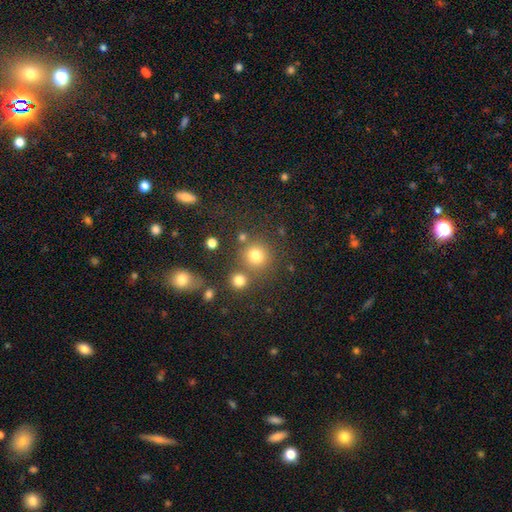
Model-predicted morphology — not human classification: This is likely a smooth galaxy (77%). How rounded: clearly round (90%). Merging: likely none (71%).